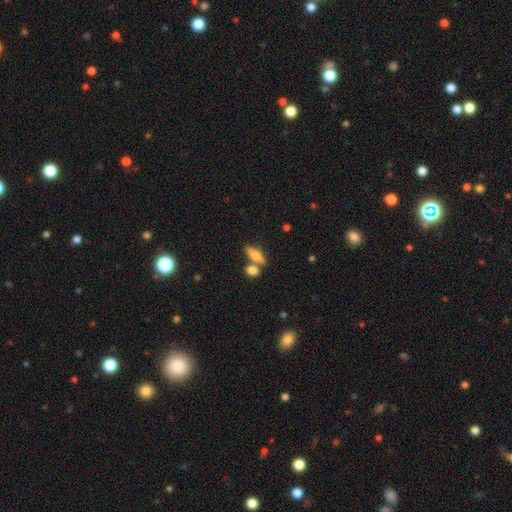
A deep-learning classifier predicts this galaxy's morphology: smooth-or-featured: smooth: 59% | featured or disk: 33% | star or artifact: 8%
  how-rounded: in between: 54% | cigar-shaped: 40% | round: 6%
  merging: none: 58% | merger: 28% | minor disturbance: 10% | major disturbance: 4%